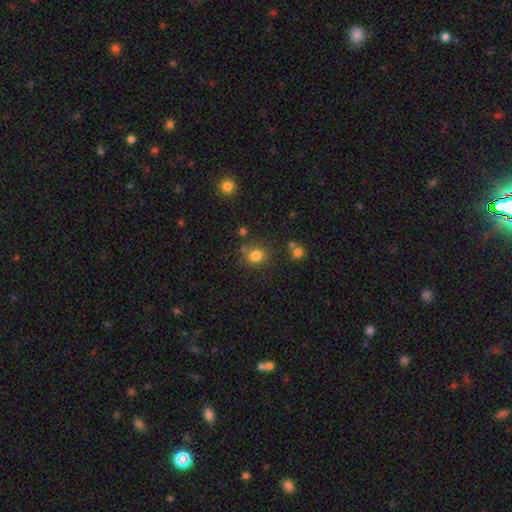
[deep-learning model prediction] Overall: smooth (80%). How rounded: round (79%). Merging: none (74%).